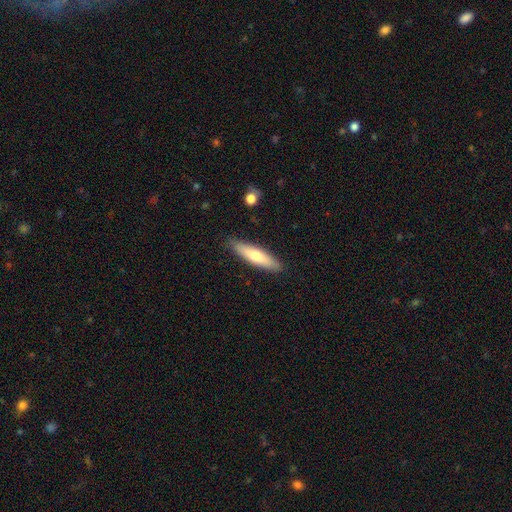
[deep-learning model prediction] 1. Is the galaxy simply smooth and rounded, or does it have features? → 66% smooth, 28% featured or disk, 5% star or artifact.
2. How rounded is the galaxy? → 74% cigar-shaped, 24% in between, 1% round.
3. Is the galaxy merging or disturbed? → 87% none, 10% minor disturbance, 2% major disturbance, 1% merger.